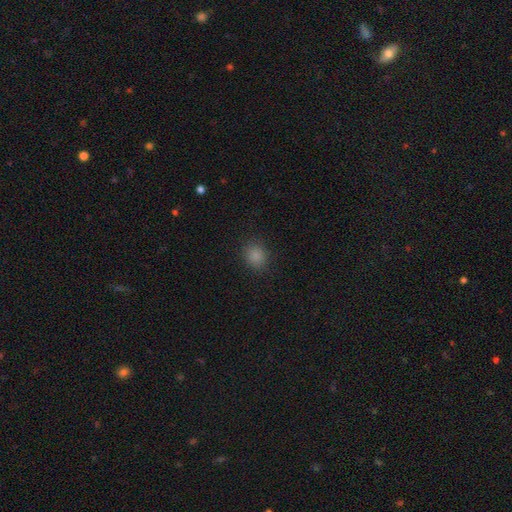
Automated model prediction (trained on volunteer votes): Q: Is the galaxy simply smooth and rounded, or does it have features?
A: smooth — 84%.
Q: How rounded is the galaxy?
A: round — 72%.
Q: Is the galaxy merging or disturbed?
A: none — 87%.